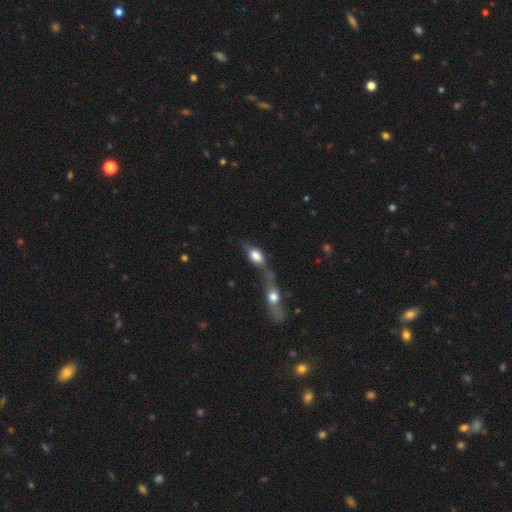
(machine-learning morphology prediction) This appears to be a smooth galaxy with no disk features (64%) that is in between round and cigar-shaped (74%). Merging: merger (67%).